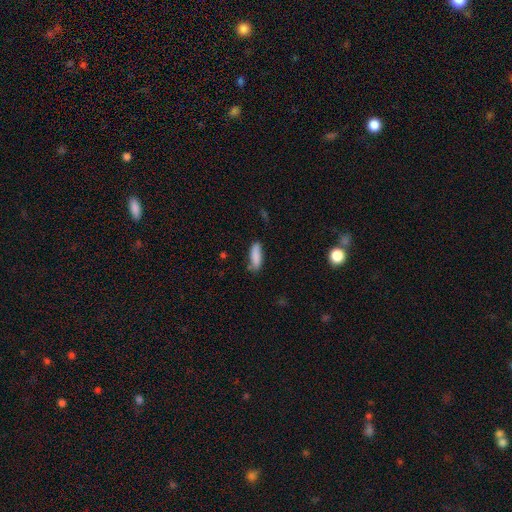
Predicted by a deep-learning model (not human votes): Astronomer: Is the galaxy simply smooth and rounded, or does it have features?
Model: smooth — 85%.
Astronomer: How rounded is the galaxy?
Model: in between — 54% (runner-up: cigar-shaped, 44%).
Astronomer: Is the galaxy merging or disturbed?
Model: none — 69%.